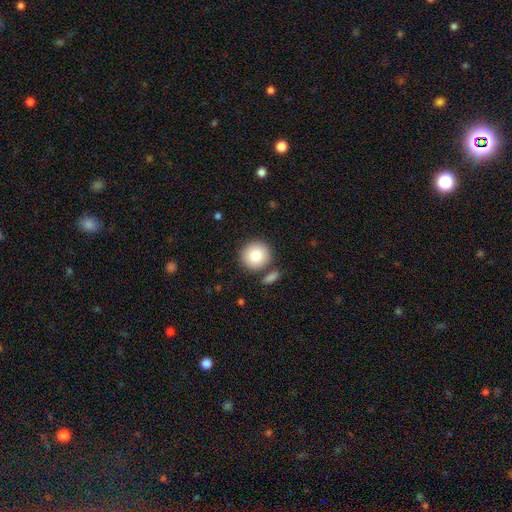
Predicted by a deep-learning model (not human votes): Smooth or featured? Predicted: smooth (p=0.84). How rounded? Predicted: round (p=0.92). Merging? Predicted: none (p=0.78).